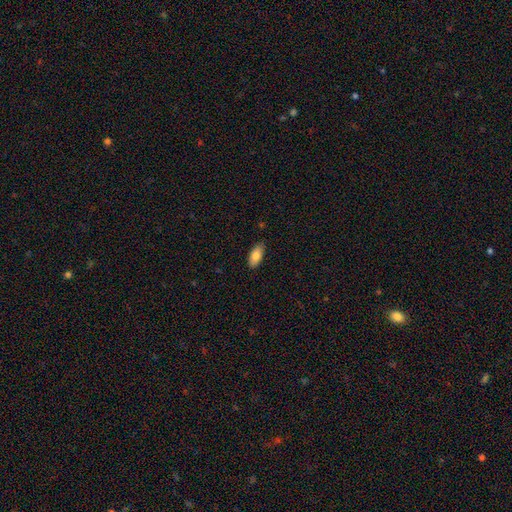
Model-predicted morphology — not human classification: Smooth or featured? smooth (82%)
How rounded? in between (87%)
Merging? none (85%)